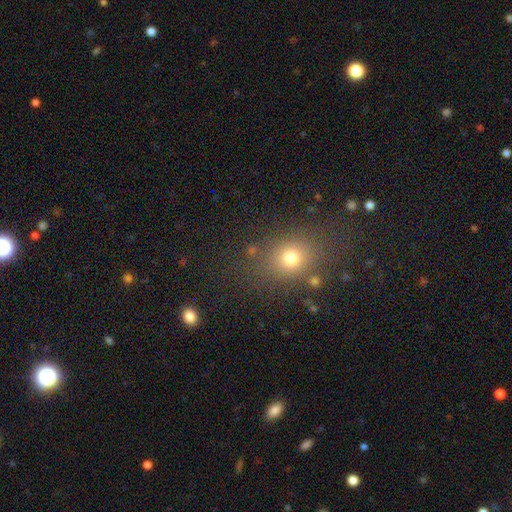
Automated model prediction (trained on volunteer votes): A smooth galaxy with no disk features (64%) that is round (54%). Merging: none (82%).